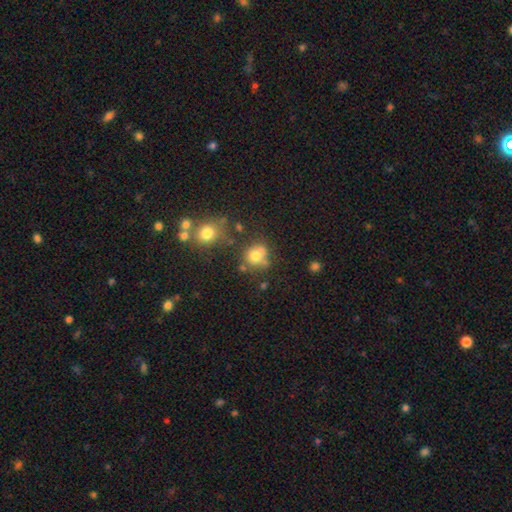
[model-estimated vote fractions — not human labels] Overall: smooth (74%). How rounded: round (82%). Merging: none (59%).